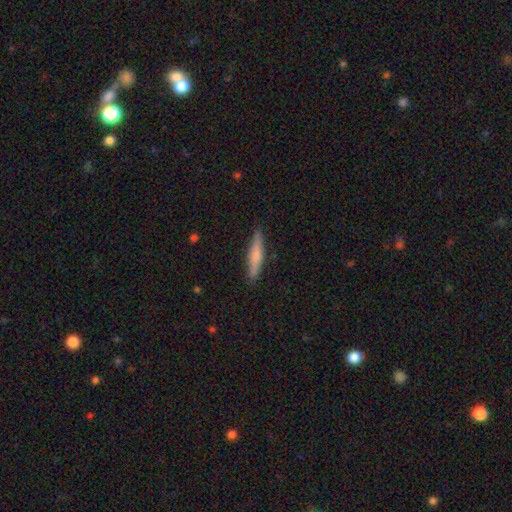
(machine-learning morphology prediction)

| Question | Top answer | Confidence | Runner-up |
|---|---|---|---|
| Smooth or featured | smooth | 66% | featured or disk (28%) |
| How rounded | cigar-shaped | 89% | in between (9%) |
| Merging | none | 89% | minor disturbance (9%) |